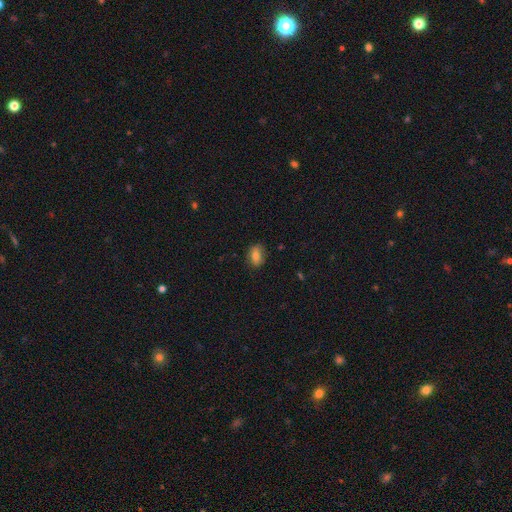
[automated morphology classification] smooth-or-featured: smooth: 77% | featured or disk: 13% | star or artifact: 11%
  how-rounded: in between: 71% | round: 27% | cigar-shaped: 2%
  merging: none: 79% | minor disturbance: 17% | major disturbance: 3% | merger: 1%